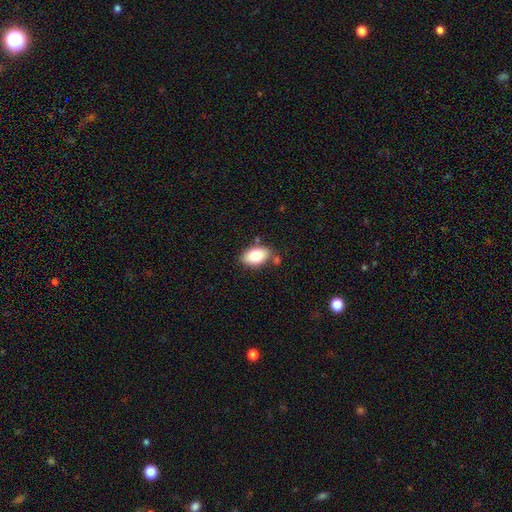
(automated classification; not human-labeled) Smooth or featured?
  - smooth: 81% *
  - featured or disk: 12%
  - star or artifact: 7%
How rounded?
  - in between: 91% *
  - round: 7%
  - cigar-shaped: 2%
Merging?
  - none: 73% *
  - minor disturbance: 16%
  - merger: 8%
  - major disturbance: 4%